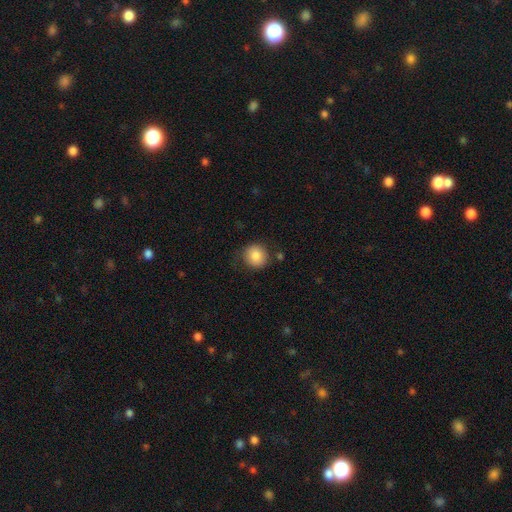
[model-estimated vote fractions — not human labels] Smooth or featured: smooth — 85% (star or artifact — 9%)
How rounded: round — 90% (in between — 10%)
Merging: none — 80% (minor disturbance — 14%)